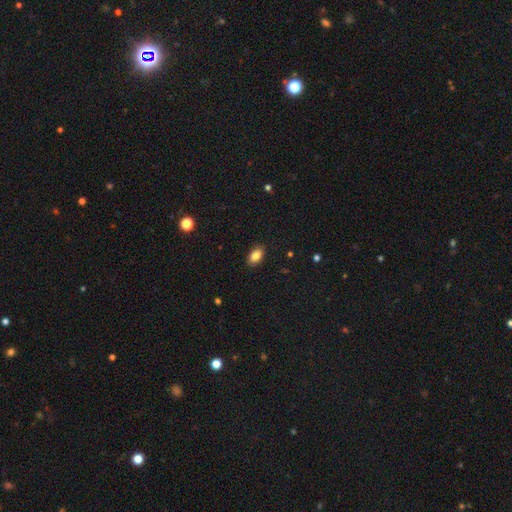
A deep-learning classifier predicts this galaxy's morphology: A smooth galaxy with no disk features (85%) that is in between round and cigar-shaped (90%).

Vote fractions:
- Smooth or featured? smooth: 85% / star or artifact: 8% / featured or disk: 6%
- How rounded? in between: 90% / round: 8% / cigar-shaped: 2%
- Merging? none: 89% / minor disturbance: 8% / major disturbance: 2% / merger: 1%